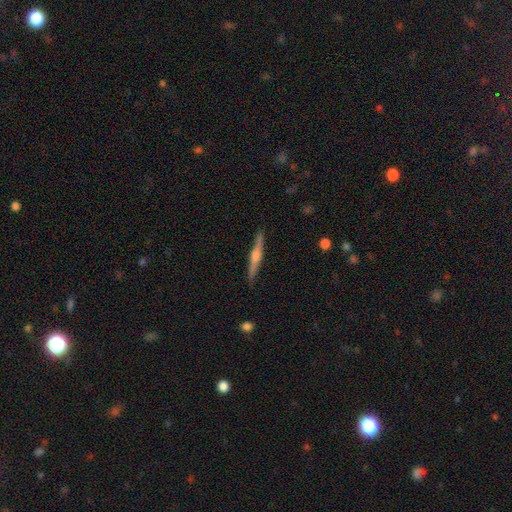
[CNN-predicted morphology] This appears to be a featured or disk galaxy (73%) viewed edge-on (98%) with a rounded central bulge (82%). Merging: none (91%).